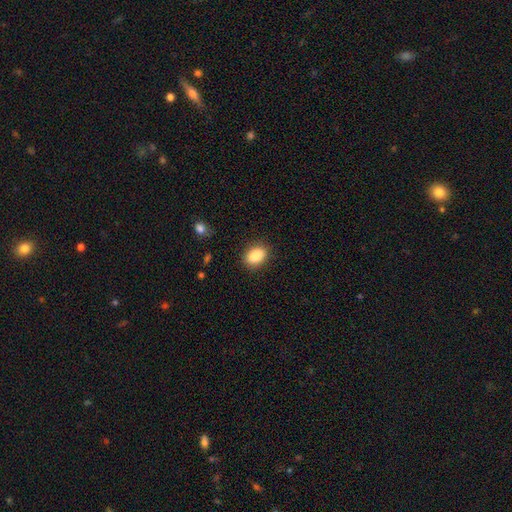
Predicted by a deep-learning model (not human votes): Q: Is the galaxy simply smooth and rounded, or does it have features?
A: smooth — 88%.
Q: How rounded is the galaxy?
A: in between — 83%.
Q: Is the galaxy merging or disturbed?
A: none — 87%.